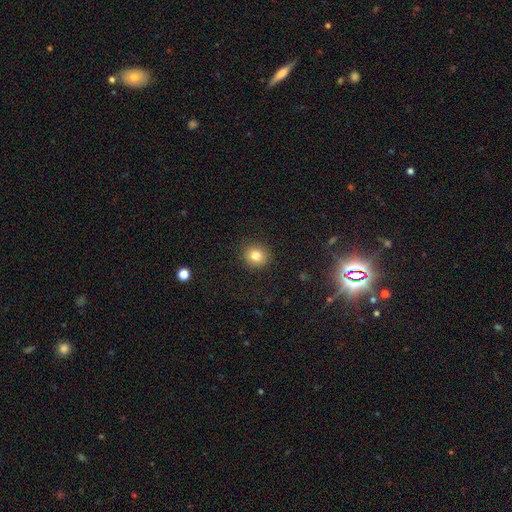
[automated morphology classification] smooth 81%, star or artifact 11%, featured or disk 7%. Down the decision tree: how rounded — round (87%); merging — none (90%).